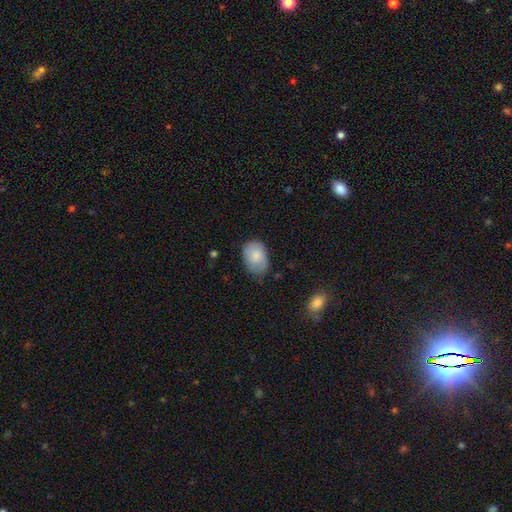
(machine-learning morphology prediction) type=smooth (79%); roundness=in between (81%); merging=none (62%).